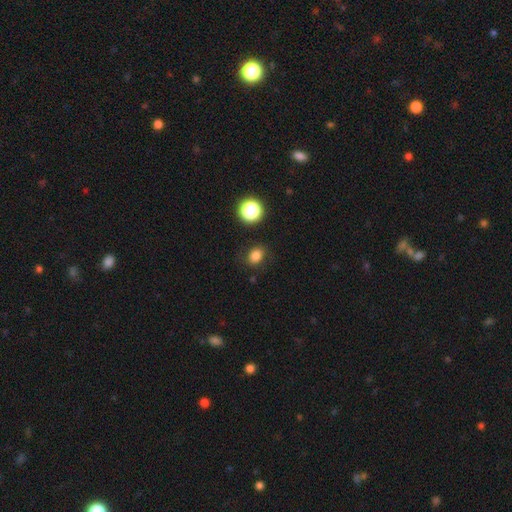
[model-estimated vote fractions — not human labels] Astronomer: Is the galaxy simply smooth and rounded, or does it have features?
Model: smooth — 80%.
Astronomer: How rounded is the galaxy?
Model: in between — 50% (runner-up: round, 49%).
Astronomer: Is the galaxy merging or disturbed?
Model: none — 83%.